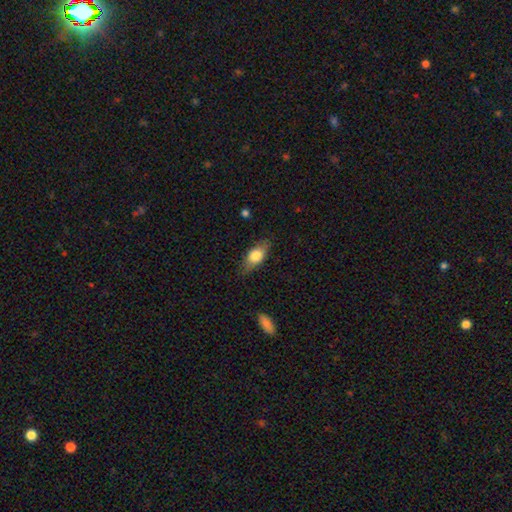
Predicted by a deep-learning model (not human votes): A smooth galaxy with no disk features (72%) that is in between round and cigar-shaped (80%).

Vote fractions:
- Smooth or featured? smooth: 72% / featured or disk: 21% / star or artifact: 7%
- How rounded? in between: 80% / cigar-shaped: 14% / round: 6%
- Merging? none: 78% / minor disturbance: 16% / major disturbance: 4% / merger: 1%